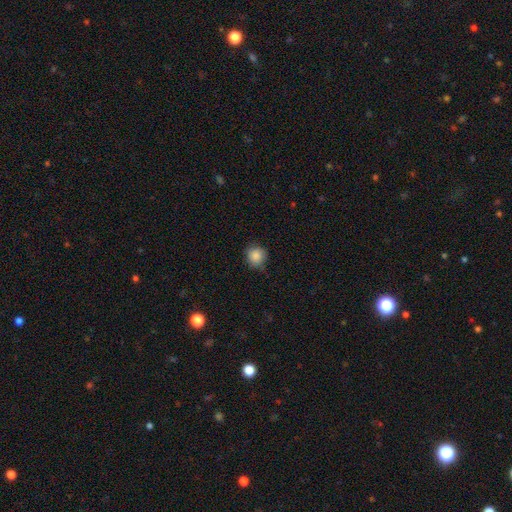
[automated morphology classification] Smooth or featured? smooth (86%)
How rounded? round (91%)
Merging? none (80%)